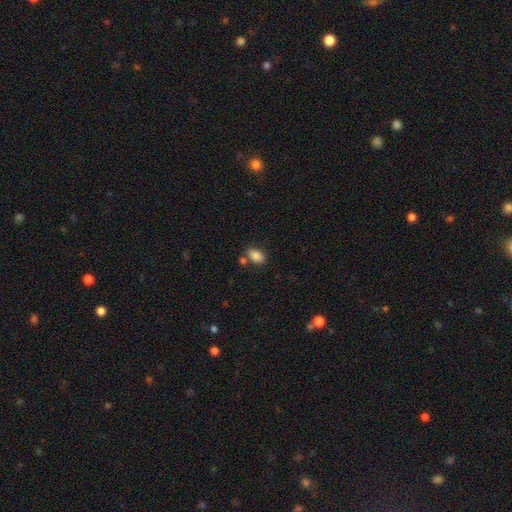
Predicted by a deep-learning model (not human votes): A smooth galaxy with no disk features (86%) that is in between round and cigar-shaped (88%). Merging: none (67%).